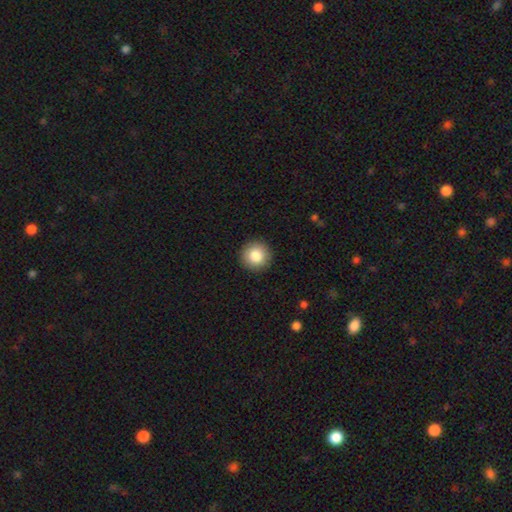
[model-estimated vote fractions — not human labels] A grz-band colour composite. It shows a smooth galaxy with no disk features (84%) that is round (95%). Merging: none (93%).